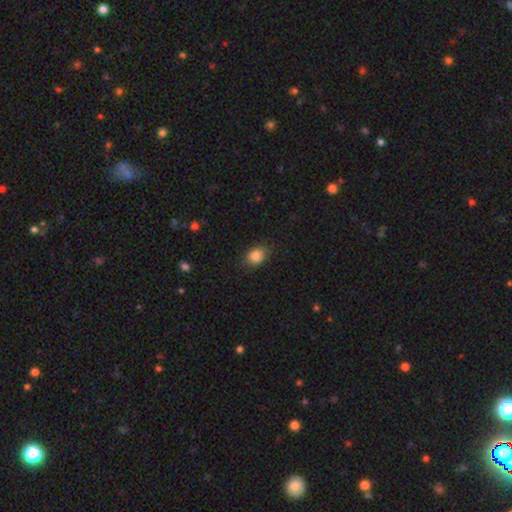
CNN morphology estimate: A smooth galaxy with no disk features (86%) that is in between round and cigar-shaped (51%).

Vote fractions:
- Smooth or featured? smooth: 86% / star or artifact: 10% / featured or disk: 5%
- How rounded? in between: 51% / round: 48% / cigar-shaped: 1%
- Merging? none: 80% / minor disturbance: 16% / major disturbance: 4% / merger: 1%